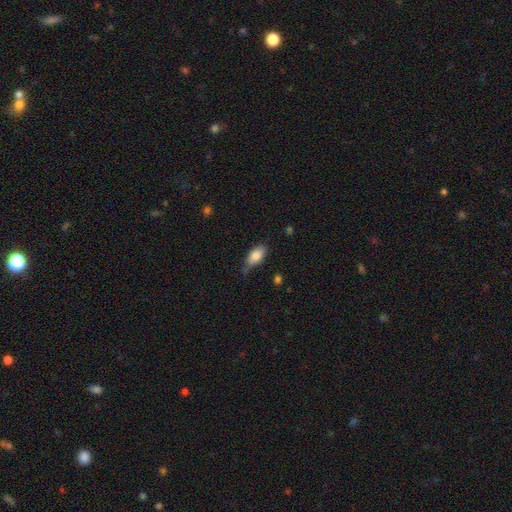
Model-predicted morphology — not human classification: The model was most divided on "merging": none: 61%, minor disturbance: 31%, major disturbance: 6%, merger: 3%. More confident: how rounded — in between (90%); smooth or featured — smooth (84%).